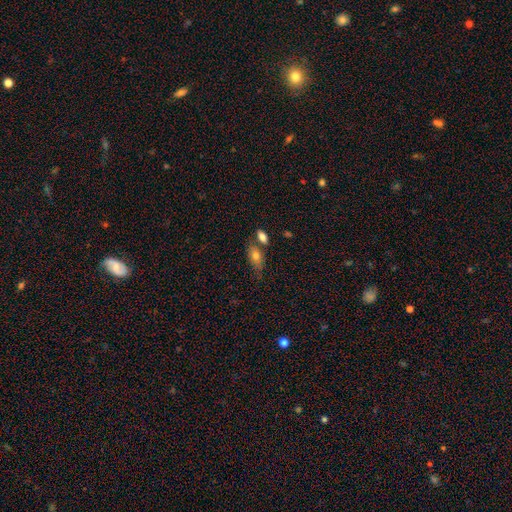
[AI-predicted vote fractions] A smooth galaxy with no disk features (77%) that is in between round and cigar-shaped (85%).

Vote fractions:
- Smooth or featured? smooth: 77% / featured or disk: 16% / star or artifact: 8%
- How rounded? in between: 85% / cigar-shaped: 8% / round: 7%
- Merging? none: 52% / merger: 25% / minor disturbance: 18% / major disturbance: 6%